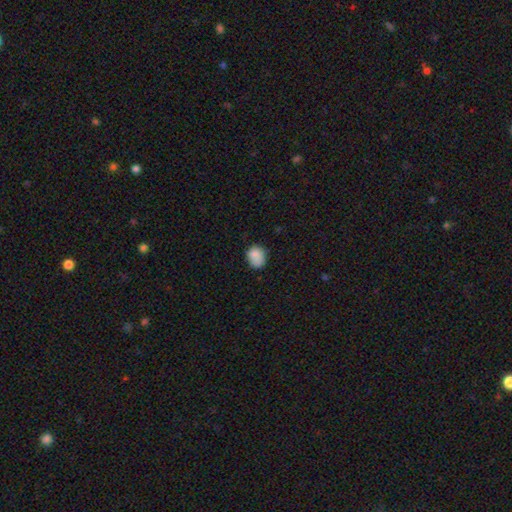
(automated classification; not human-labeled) Smooth or featured: smooth — 82% (featured or disk — 9%)
How rounded: round — 55% (in between — 44%)
Merging: none — 59% (minor disturbance — 29%)